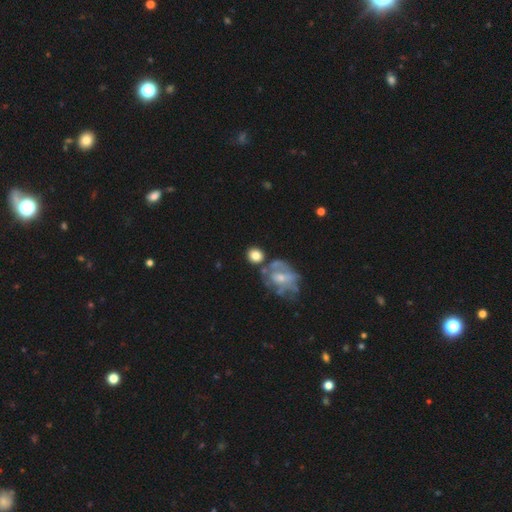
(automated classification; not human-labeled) The model was most divided on "merging": none: 58%, merger: 19%, minor disturbance: 15%, major disturbance: 8%. More confident: how rounded — round (81%); smooth or featured — smooth (73%).